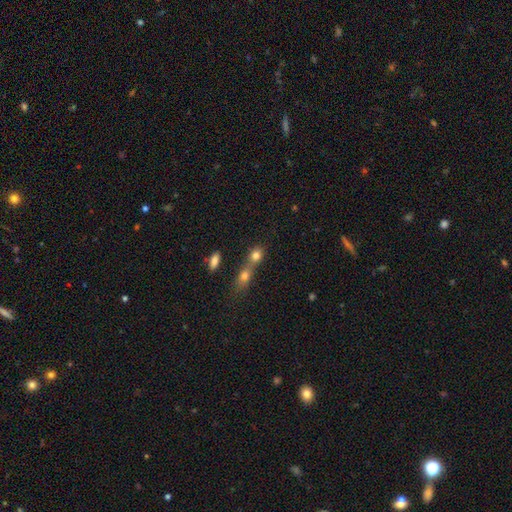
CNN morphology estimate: This is likely a smooth galaxy (78%). How rounded: possibly round (58%). Merging: likely merger (60%).